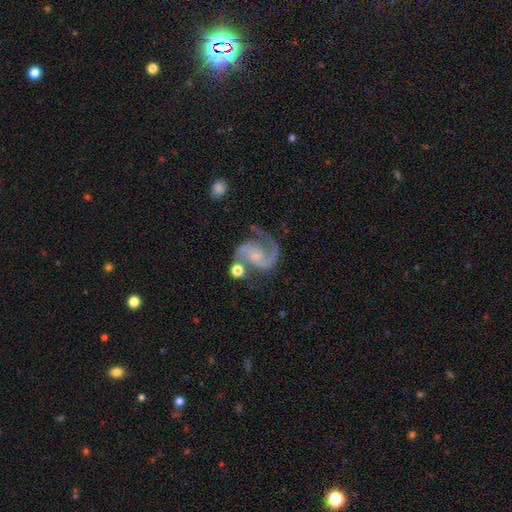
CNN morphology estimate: Smooth or featured? featured or disk (91%)
Edge-on disk? no (98%)
Bar? no (52%)
Spiral arms? yes (98%)
Spiral winding? medium (62%)
Spiral arm count? 2 (90%)
Bulge size? small (60%)
Merging? none (60%)